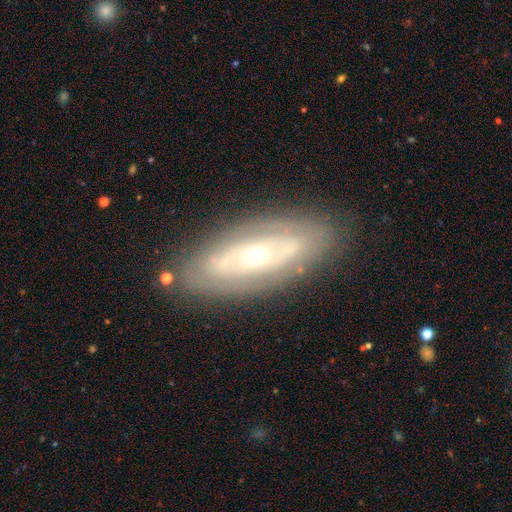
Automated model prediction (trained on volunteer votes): Smooth or featured?
  - featured or disk: 72% *
  - smooth: 21%
  - star or artifact: 6%
Edge-on disk?
  - no: 84% *
  - yes: 16%
Bar?
  - no: 77% *
  - weak: 15%
  - strong: 9%
Spiral arms?
  - no: 56% *
  - yes: 44%
Bulge size?
  - moderate: 50% *
  - small: 45%
  - large: 3%
  - dominant: 1%
  - none: 1%
Merging?
  - none: 83% *
  - minor disturbance: 12%
  - major disturbance: 4%
  - merger: 2%